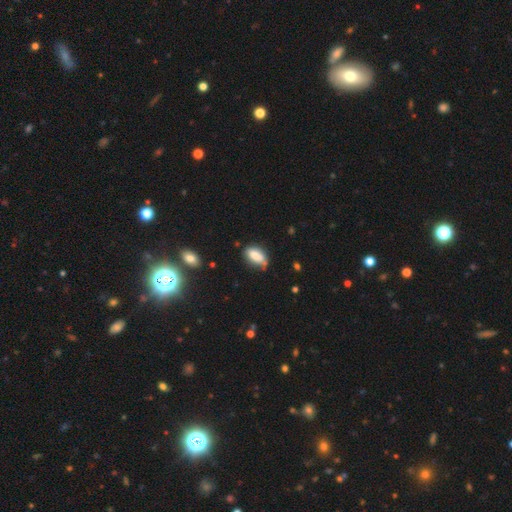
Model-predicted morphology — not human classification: type=smooth (77%); roundness=in between (88%); merging=none (55%).